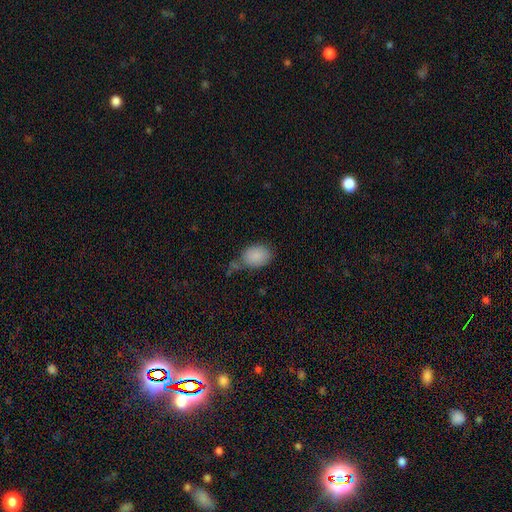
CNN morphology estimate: A smooth galaxy with no disk features (87%) that is in between round and cigar-shaped (82%). Merging: none (57%).